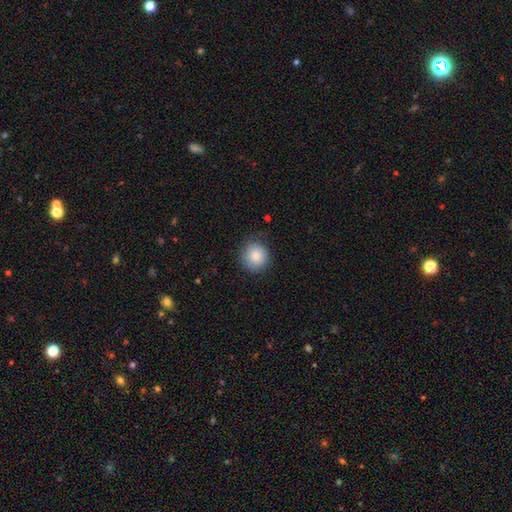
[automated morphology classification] A smooth galaxy with no disk features (86%) that is round (89%). Merging: none (75%).